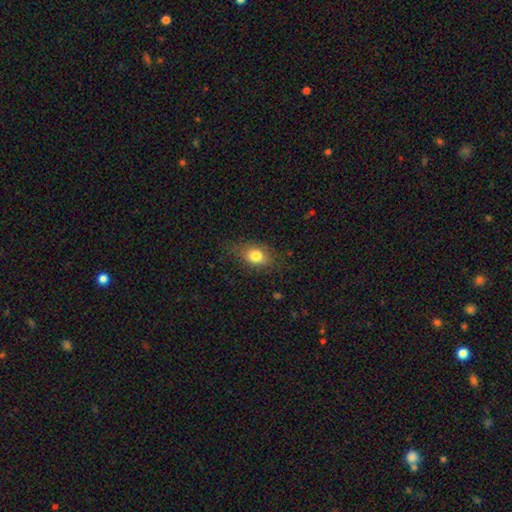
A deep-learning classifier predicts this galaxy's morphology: smooth 79%, featured or disk 11%, star or artifact 10%. Down the decision tree: how rounded — in between (70%); merging — none (73%).